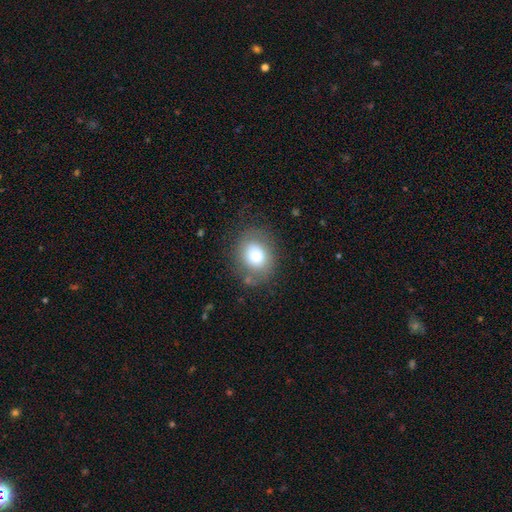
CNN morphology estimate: A smooth galaxy with no disk features (78%) that is round (55%). Merging: none (73%).